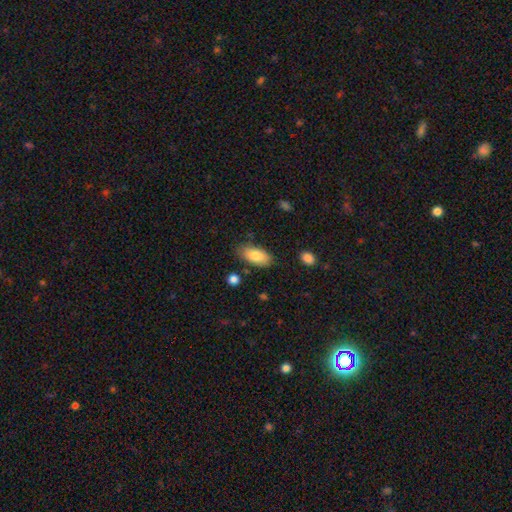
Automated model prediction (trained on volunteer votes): smooth 83%, featured or disk 10%, star or artifact 6%. Down the decision tree: how rounded — in between (90%); merging — none (79%).